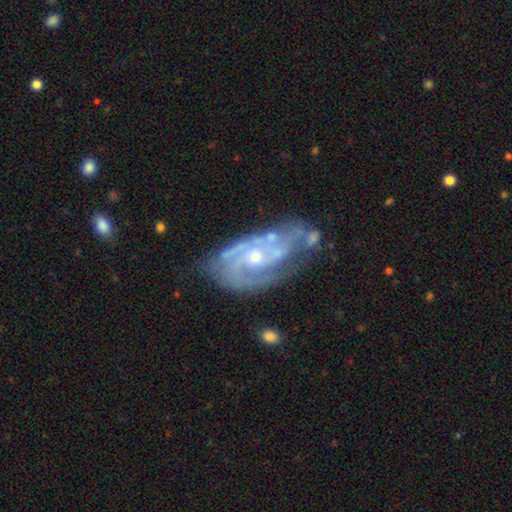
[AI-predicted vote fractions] Overall: featured or disk (86%). Edge-on disk: no (96%). Bar: no (68%). Spiral arms: yes (94%). Spiral arm count: 2 (38%; 3 27%). Spiral winding: tight (48%; medium 41%). Bulge size: small (57%; moderate 39%). Merging: none (51%; minor disturbance 27%).